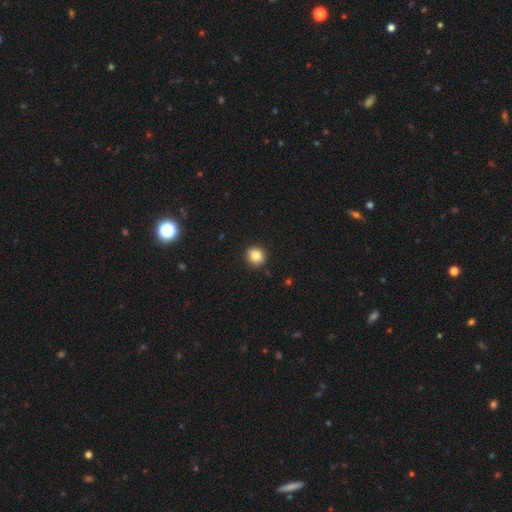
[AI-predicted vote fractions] The model was most divided on "how rounded": round: 84%, in between: 15%, cigar-shaped: 1%. More confident: merging — none (90%); smooth or featured — smooth (83%).